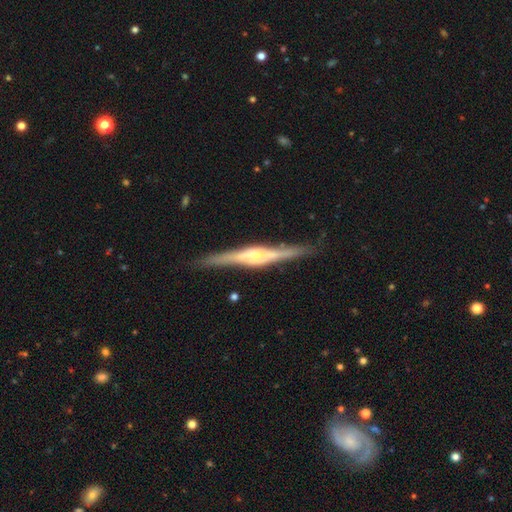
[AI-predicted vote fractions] Q: Smooth or featured?
A: featured or disk (83%); runner-up: smooth (12%)
Q: Edge-on disk?
A: yes (97%); runner-up: no (3%)
Q: Edge-on bulge?
A: rounded (69%); runner-up: boxy (26%)
Q: Merging?
A: none (88%); runner-up: minor disturbance (9%)